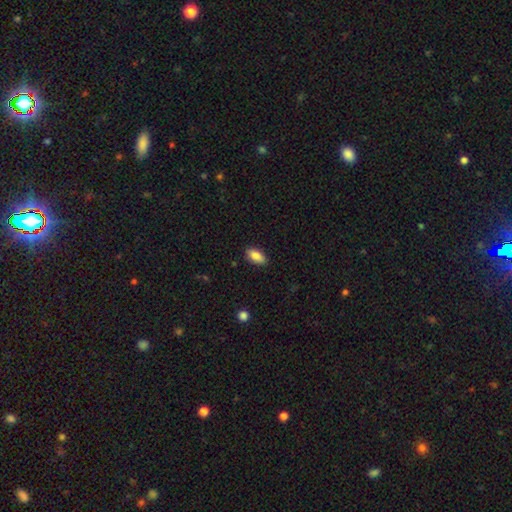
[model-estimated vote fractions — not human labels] This is clearly a smooth galaxy (85%). How rounded: clearly in between (90%). Merging: clearly none (88%).